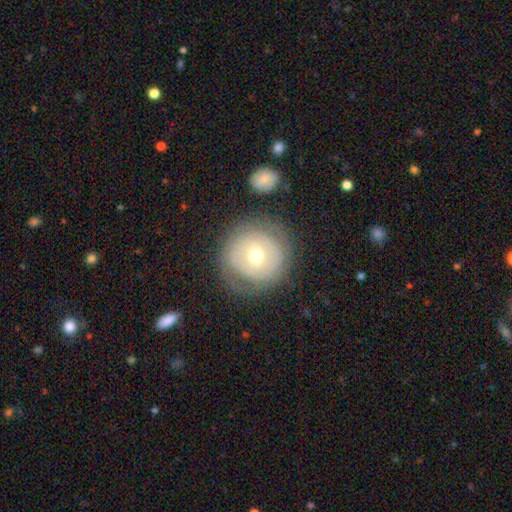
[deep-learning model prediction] Smooth or featured: smooth — 48% (featured or disk — 44%)
Merging: none — 71% (minor disturbance — 16%)